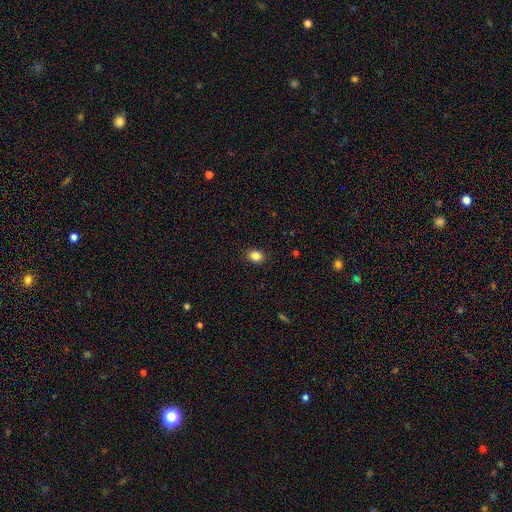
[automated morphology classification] This appears to be a smooth galaxy with no disk features (85%) that is in between round and cigar-shaped (52%). Merging: none (90%).